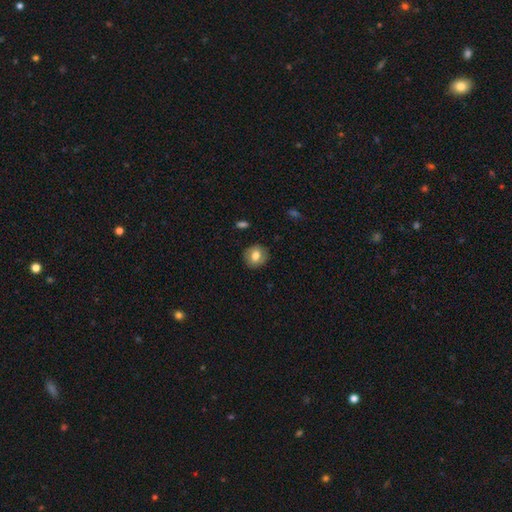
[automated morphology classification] A smooth galaxy with no disk features (72%) that is round (83%). Merging: none (87%).